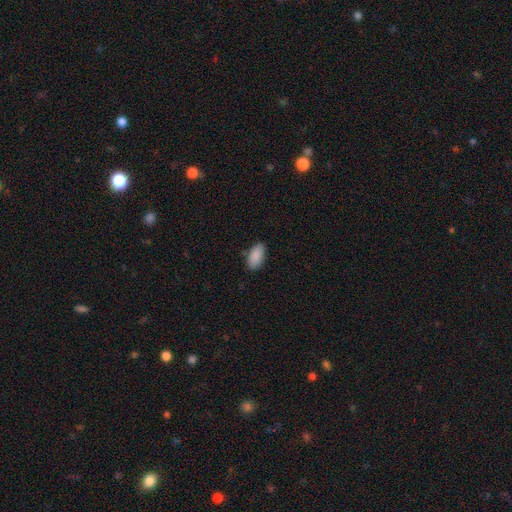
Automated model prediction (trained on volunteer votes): Q: Smooth or featured?
A: smooth (90%); runner-up: star or artifact (7%)
Q: How rounded?
A: in between (93%); runner-up: cigar-shaped (4%)
Q: Merging?
A: none (85%); runner-up: minor disturbance (11%)